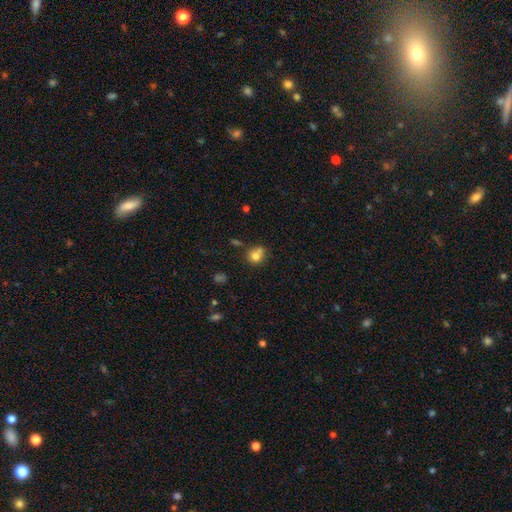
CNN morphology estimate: This is likely a smooth galaxy (77%). How rounded: likely round (78%). Merging: possibly none (48%).